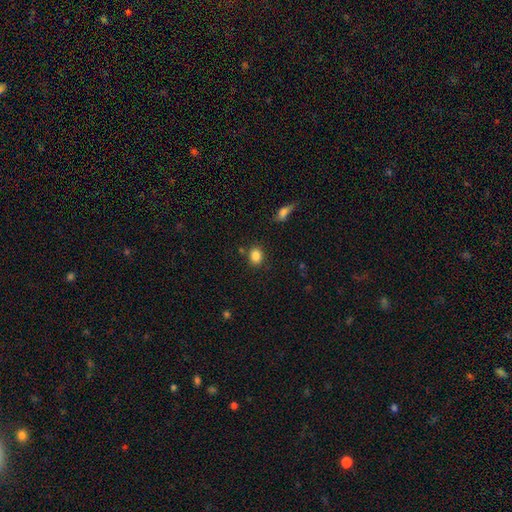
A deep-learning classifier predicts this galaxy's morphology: The model was most divided on "how rounded": in between: 50%, round: 49%, cigar-shaped: 1%. More confident: smooth or featured — smooth (85%); merging — none (81%).